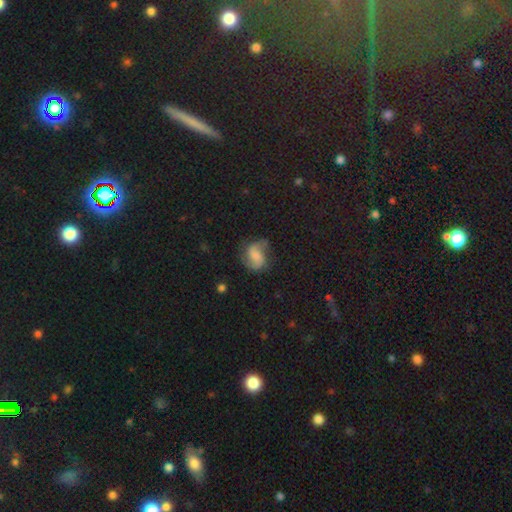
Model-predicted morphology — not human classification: Q: Smooth or featured?
A: featured or disk (64%); runner-up: smooth (27%)
Q: Edge-on disk?
A: no (97%); runner-up: yes (3%)
Q: Bar?
A: no (46%); runner-up: weak (40%)
Q: Spiral arms?
A: yes (92%); runner-up: no (8%)
Q: Spiral winding?
A: loose (46%); runner-up: medium (40%)
Q: Spiral arm count?
A: 2 (87%); runner-up: can't tell (5%)
Q: Bulge size?
A: none (37%); runner-up: small (24%)
Q: Merging?
A: none (62%); runner-up: minor disturbance (22%)